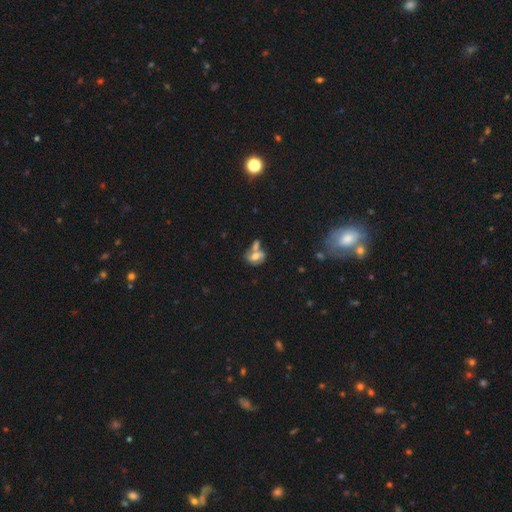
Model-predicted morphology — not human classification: The model was most divided on "smooth or featured": smooth: 47%, featured or disk: 41%, star or artifact: 12%. Remaining: merging — merger (47%).